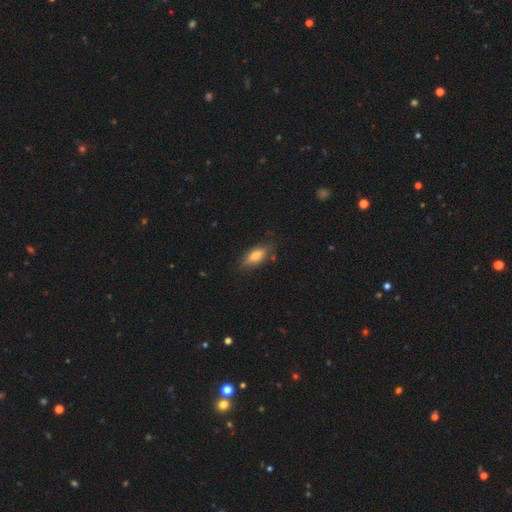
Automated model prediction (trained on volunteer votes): Q: Smooth or featured?
A: smooth (65%); runner-up: featured or disk (28%)
Q: How rounded?
A: in between (70%); runner-up: cigar-shaped (26%)
Q: Merging?
A: none (77%); runner-up: minor disturbance (18%)